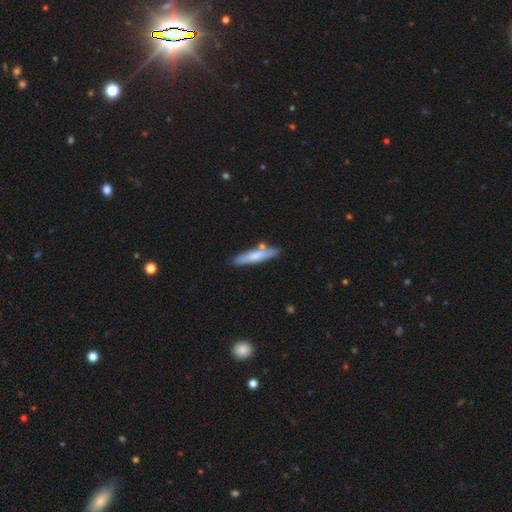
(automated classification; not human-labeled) Smooth or featured: smooth — 68% (featured or disk — 26%)
How rounded: cigar-shaped — 85% (in between — 14%)
Merging: none — 75% (minor disturbance — 14%)